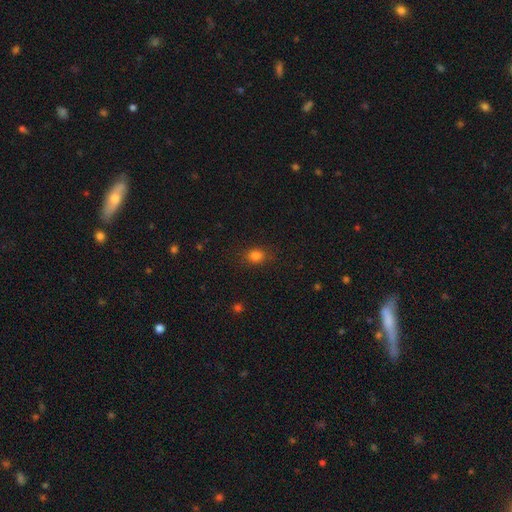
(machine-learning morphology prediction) A smooth galaxy with no disk features (82%) that is round (58%). Merging: none (85%).